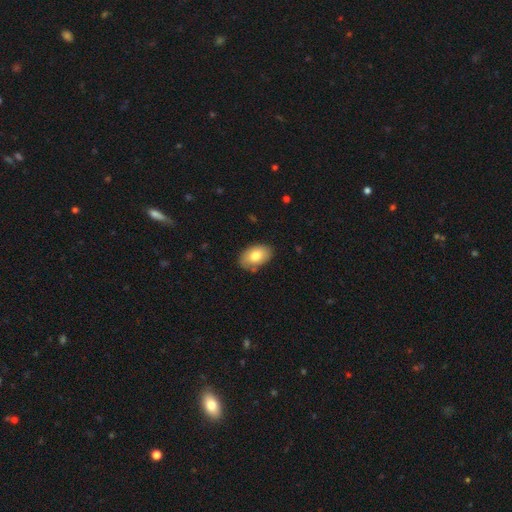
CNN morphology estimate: smooth_or_featured: smooth (p=0.76) [alt: featured or disk p=0.17]
how_rounded: in between (p=0.91) [alt: round p=0.08]
merging: none (p=0.80) [alt: minor disturbance p=0.15]